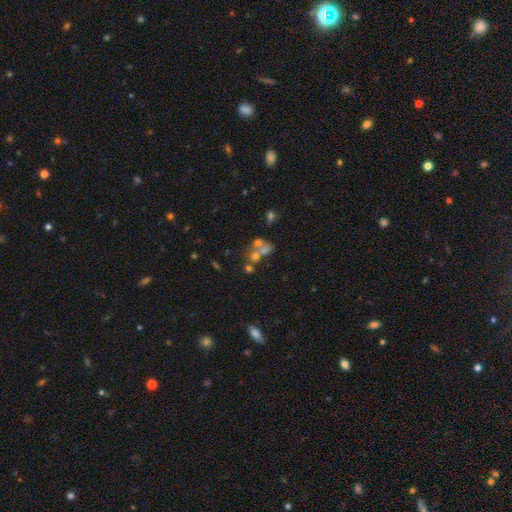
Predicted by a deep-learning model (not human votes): smooth_or_featured: smooth (p=0.52) [alt: featured or disk p=0.28]
how_rounded: round (p=0.66) [alt: in between p=0.32]
merging: merger (p=0.54) [alt: none p=0.31]